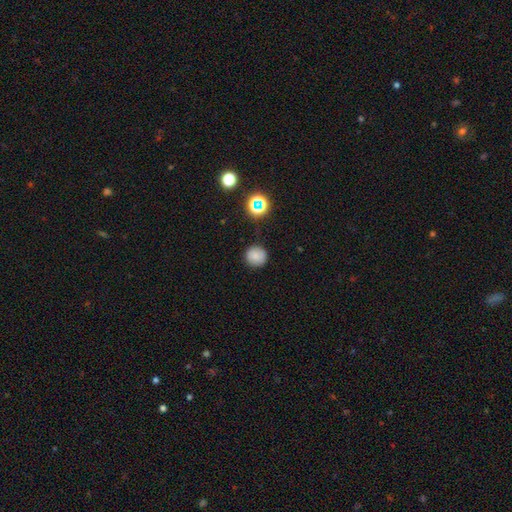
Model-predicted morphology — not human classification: Overall: smooth (78%). How rounded: round (94%). Merging: none (86%).